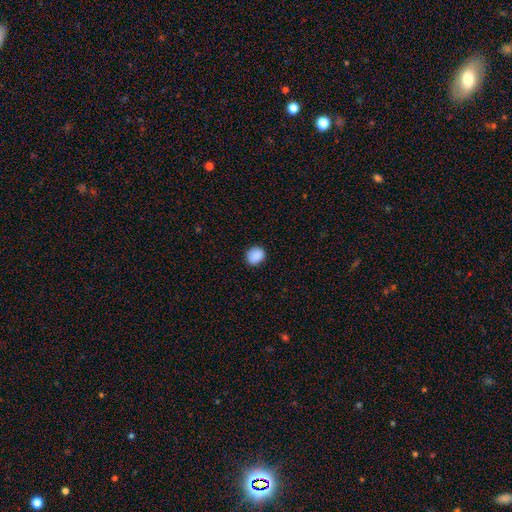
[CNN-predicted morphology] Smooth or featured: smooth — 89% (star or artifact — 8%)
How rounded: round — 69% (in between — 30%)
Merging: none — 88% (minor disturbance — 9%)